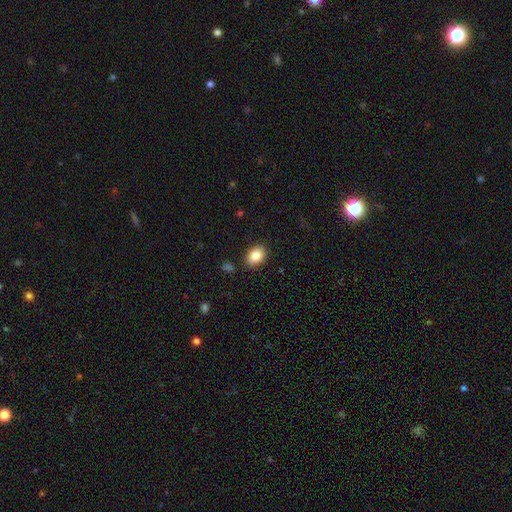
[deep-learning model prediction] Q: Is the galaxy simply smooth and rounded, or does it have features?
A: smooth — 86%.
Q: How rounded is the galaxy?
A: in between — 79%.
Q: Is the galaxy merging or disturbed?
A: none — 87%.